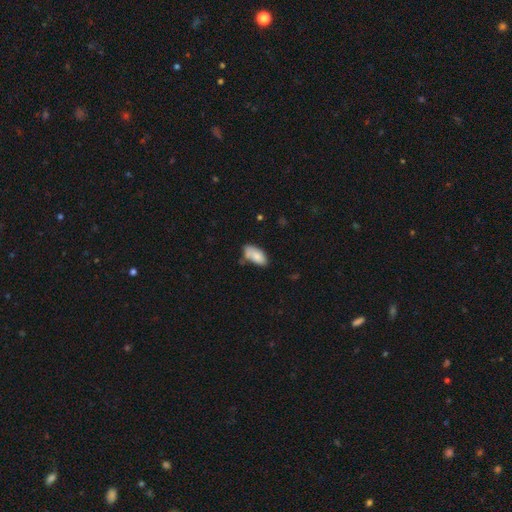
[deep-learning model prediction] A smooth galaxy with no disk features (84%) that is in between round and cigar-shaped (91%).

Vote fractions:
- Smooth or featured? smooth: 84% / featured or disk: 9% / star or artifact: 7%
- How rounded? in between: 91% / cigar-shaped: 7% / round: 2%
- Merging? none: 58% / minor disturbance: 26% / merger: 10% / major disturbance: 6%